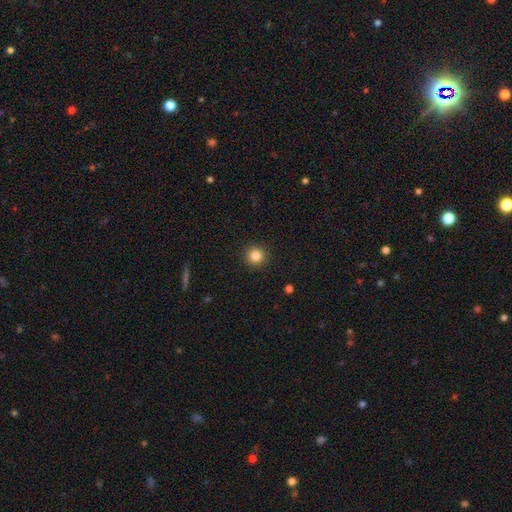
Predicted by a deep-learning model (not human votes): Smooth or featured? Predicted: smooth (p=0.84). How rounded? Predicted: round (p=0.94). Merging? Predicted: none (p=0.92).